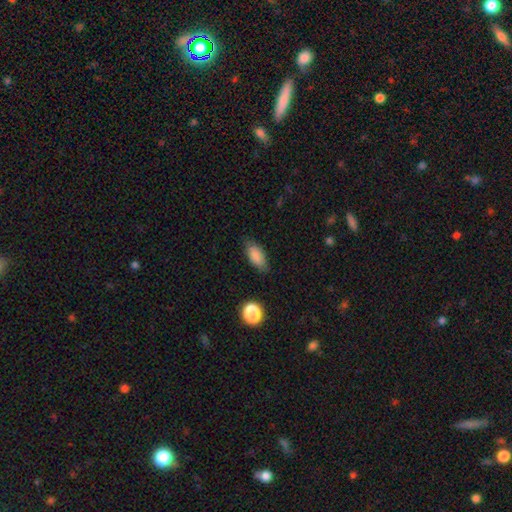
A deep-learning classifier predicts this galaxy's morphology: Smooth or featured?
  - smooth: 85% *
  - star or artifact: 8%
  - featured or disk: 7%
How rounded?
  - in between: 87% *
  - cigar-shaped: 10%
  - round: 4%
Merging?
  - none: 74% *
  - minor disturbance: 19%
  - major disturbance: 4%
  - merger: 2%